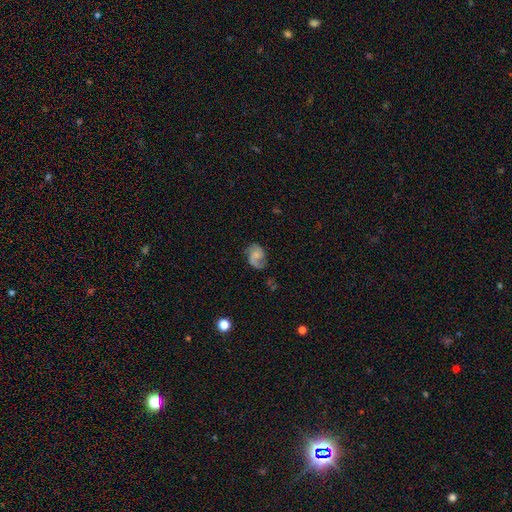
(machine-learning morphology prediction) Smooth or featured?
  - featured or disk: 62% *
  - smooth: 29%
  - star or artifact: 8%
Edge-on disk?
  - no: 98% *
  - yes: 2%
Bar?
  - no: 64% *
  - weak: 31%
  - strong: 5%
Spiral arms?
  - yes: 92% *
  - no: 8%
Spiral winding?
  - medium: 46% *
  - loose: 32%
  - tight: 22%
Spiral arm count?
  - 2: 77% *
  - 1: 12%
  - can't tell: 7%
  - 3: 2%
  - 4: 1%
  - more than 4: 1%
Bulge size?
  - small: 42% *
  - none: 31%
  - moderate: 22%
  - large: 4%
  - dominant: 2%
Merging?
  - none: 61% *
  - minor disturbance: 23%
  - major disturbance: 13%
  - merger: 2%